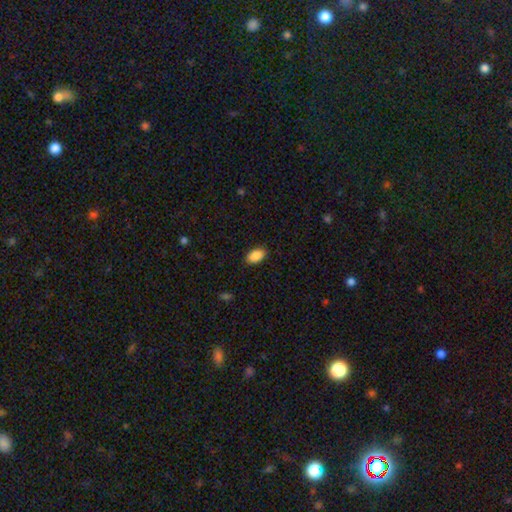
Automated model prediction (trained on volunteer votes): The model was most divided on "merging": none: 88%, minor disturbance: 9%, major disturbance: 2%, merger: 1%. More confident: how rounded — in between (94%); smooth or featured — smooth (90%).